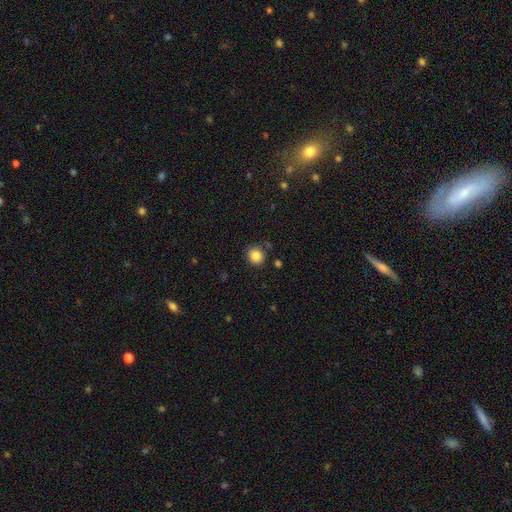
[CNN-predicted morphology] A smooth galaxy with no disk features (84%) that is round (87%).

Vote fractions:
- Smooth or featured? smooth: 84% / star or artifact: 10% / featured or disk: 5%
- How rounded? round: 87% / in between: 12% / cigar-shaped: 1%
- Merging? none: 83% / minor disturbance: 10% / merger: 4% / major disturbance: 3%